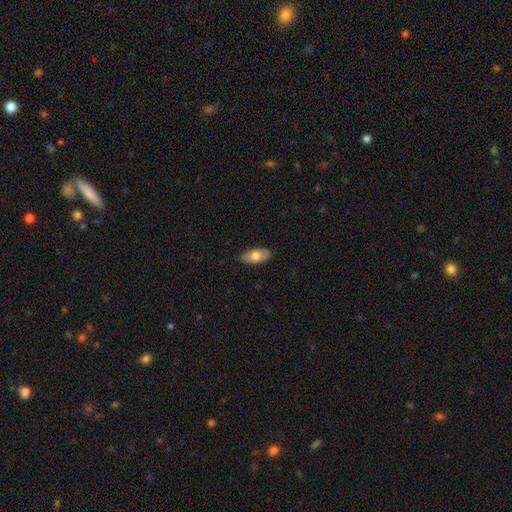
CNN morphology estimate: Q: Smooth or featured?
A: smooth (73%); runner-up: featured or disk (21%)
Q: How rounded?
A: in between (90%); runner-up: cigar-shaped (7%)
Q: Merging?
A: none (87%); runner-up: minor disturbance (10%)